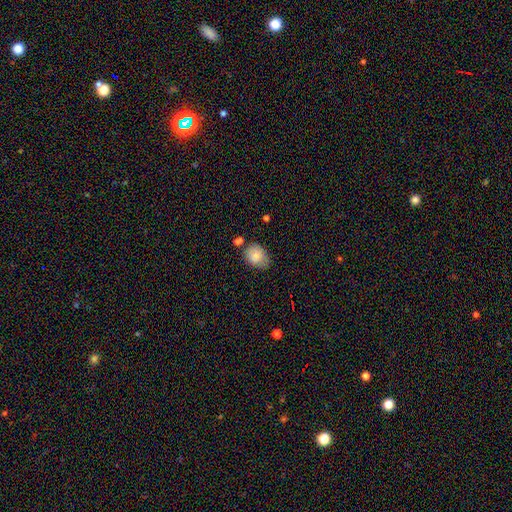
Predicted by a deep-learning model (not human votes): The model was most divided on "merging": none: 58%, minor disturbance: 28%, merger: 8%, major disturbance: 6%. More confident: smooth or featured — smooth (80%); how rounded — in between (68%).